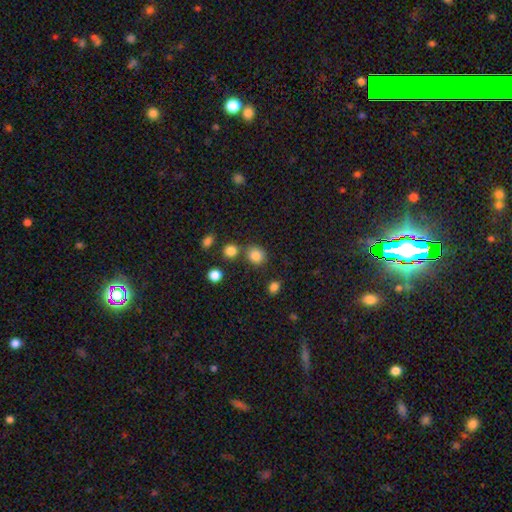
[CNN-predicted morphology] smooth_or_featured: smooth (p=0.83) [alt: star or artifact p=0.12]
how_rounded: round (p=0.80) [alt: in between p=0.19]
merging: none (p=0.74) [alt: merger p=0.13]